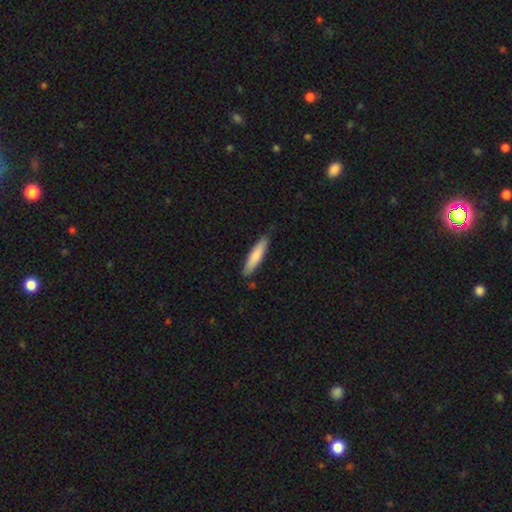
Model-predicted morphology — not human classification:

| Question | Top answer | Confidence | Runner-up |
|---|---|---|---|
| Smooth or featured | smooth | 80% | featured or disk (15%) |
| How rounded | cigar-shaped | 81% | in between (17%) |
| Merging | none | 85% | minor disturbance (11%) |